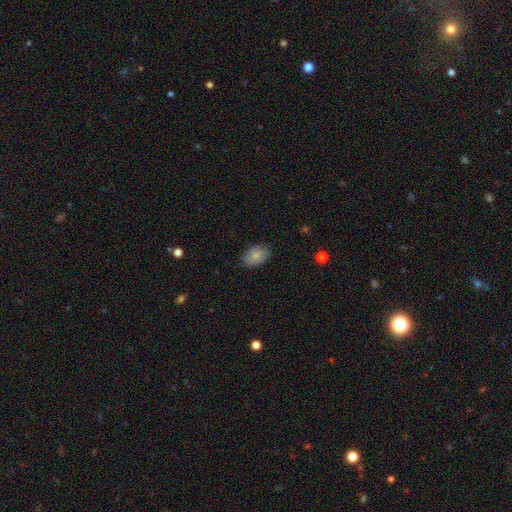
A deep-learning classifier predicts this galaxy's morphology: Overall: smooth (84%). How rounded: in between (85%). Merging: none (82%).